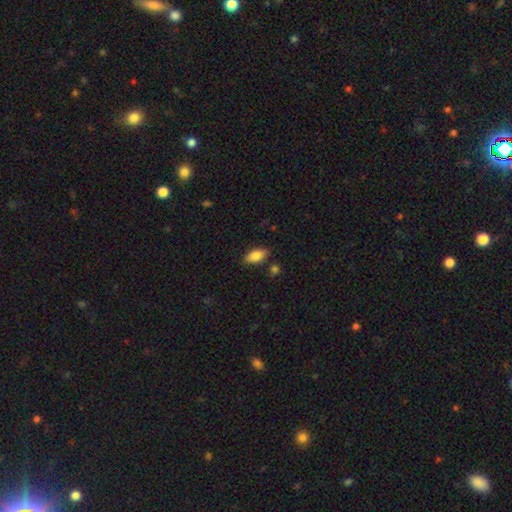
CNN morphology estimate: Smooth or featured?
  - smooth: 85% *
  - featured or disk: 8%
  - star or artifact: 7%
How rounded?
  - in between: 91% *
  - cigar-shaped: 5%
  - round: 3%
Merging?
  - none: 83% *
  - minor disturbance: 12%
  - merger: 3%
  - major disturbance: 3%